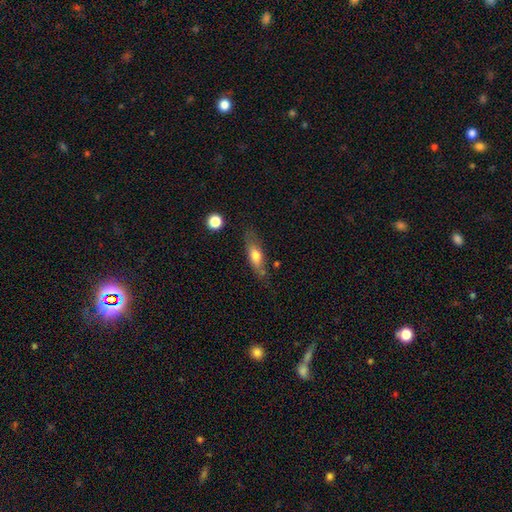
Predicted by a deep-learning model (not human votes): A smooth galaxy with no disk features (64%) that is in between round and cigar-shaped (54%).

Vote fractions:
- Smooth or featured? smooth: 64% / featured or disk: 29% / star or artifact: 7%
- How rounded? in between: 54% / cigar-shaped: 42% / round: 4%
- Merging? none: 68% / minor disturbance: 21% / major disturbance: 6% / merger: 5%